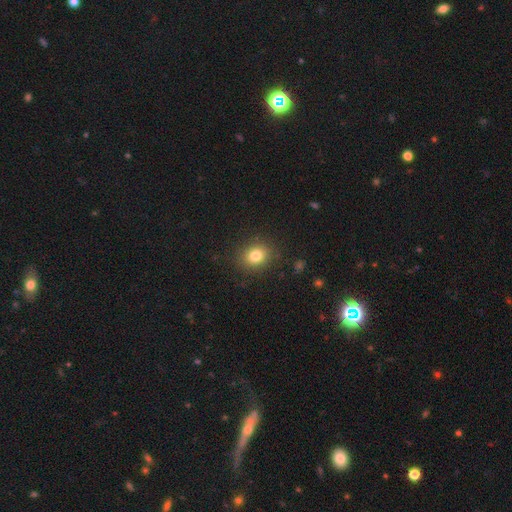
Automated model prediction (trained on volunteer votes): A smooth galaxy with no disk features (81%) that is round (59%). Merging: none (87%).